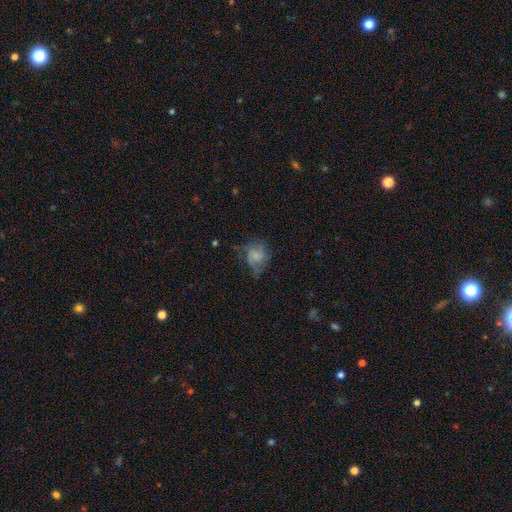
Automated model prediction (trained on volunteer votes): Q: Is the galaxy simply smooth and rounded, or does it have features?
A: featured or disk — 46%.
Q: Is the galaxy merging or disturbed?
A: none — 50%.